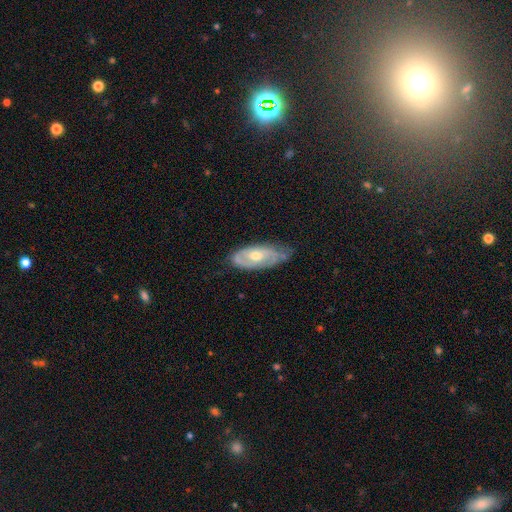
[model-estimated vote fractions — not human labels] Smooth or featured?
  - featured or disk: 66% *
  - smooth: 28%
  - star or artifact: 6%
Edge-on disk?
  - no: 87% *
  - yes: 13%
Bar?
  - no: 69% *
  - weak: 25%
  - strong: 6%
Spiral arms?
  - yes: 71% *
  - no: 29%
Bulge size?
  - moderate: 61% *
  - small: 34%
  - large: 2%
  - none: 1%
  - dominant: 1%
Merging?
  - none: 53% *
  - minor disturbance: 35%
  - major disturbance: 10%
  - merger: 2%